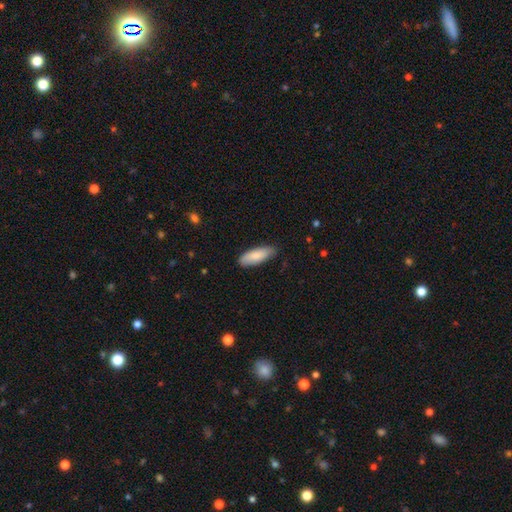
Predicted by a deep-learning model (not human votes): A smooth galaxy with no disk features (86%) that is in between round and cigar-shaped (69%).

Vote fractions:
- Smooth or featured? smooth: 86% / featured or disk: 9% / star or artifact: 5%
- How rounded? in between: 69% / cigar-shaped: 29% / round: 1%
- Merging? none: 82% / minor disturbance: 15% / major disturbance: 2% / merger: 1%